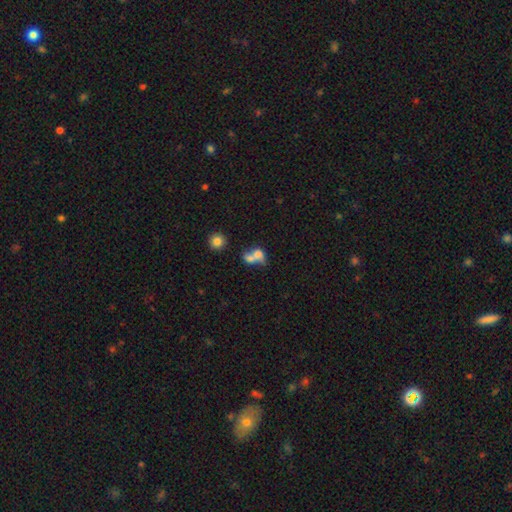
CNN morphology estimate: Smooth or featured: smooth — 64% (featured or disk — 24%)
How rounded: in between — 61% (round — 35%)
Merging: merger — 69% (none — 16%)